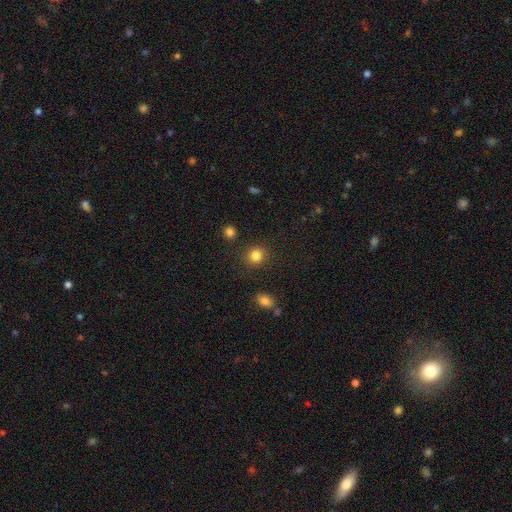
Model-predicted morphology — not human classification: smooth 83%, star or artifact 12%, featured or disk 5%. Down the decision tree: how rounded — round (87%); merging — none (88%).